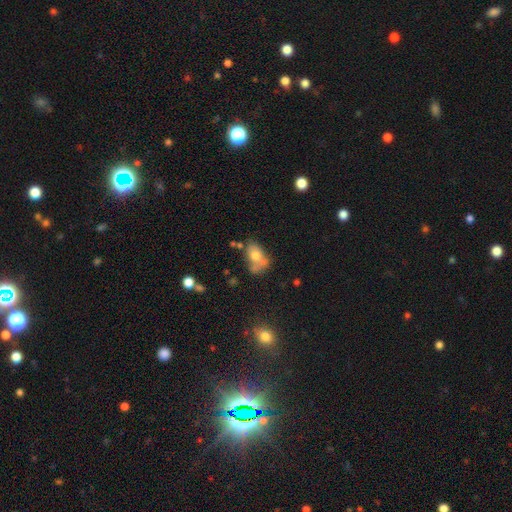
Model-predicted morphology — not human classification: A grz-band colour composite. It shows a smooth galaxy with no disk features (67%) that is in between round and cigar-shaped (76%). Merging: merger (30%, tied with none).